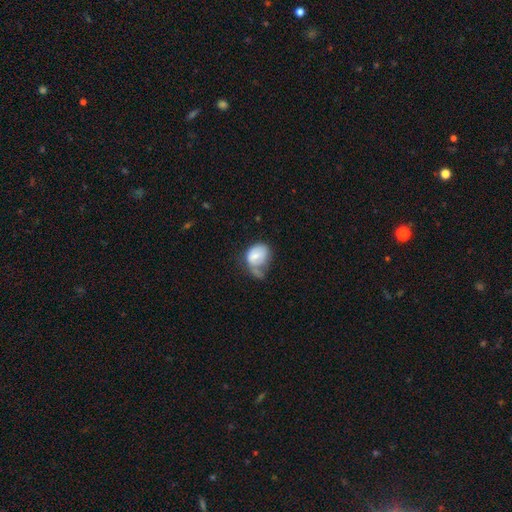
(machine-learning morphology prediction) A smooth galaxy with no disk features (66%) that is in between round and cigar-shaped (61%). Merging: major disturbance (35%).